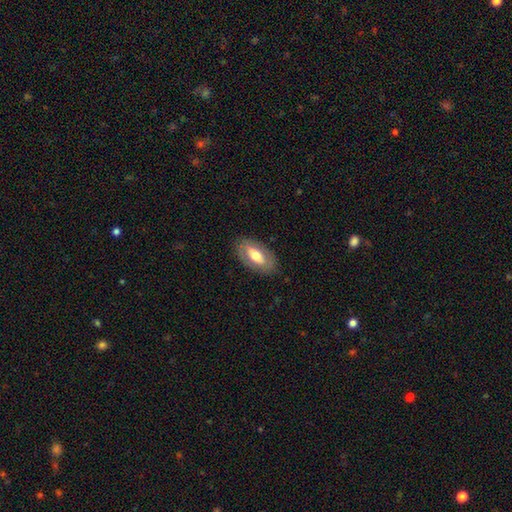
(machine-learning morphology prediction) A smooth galaxy with no disk features (56%) that is in between round and cigar-shaped (92%). Merging: none (83%).